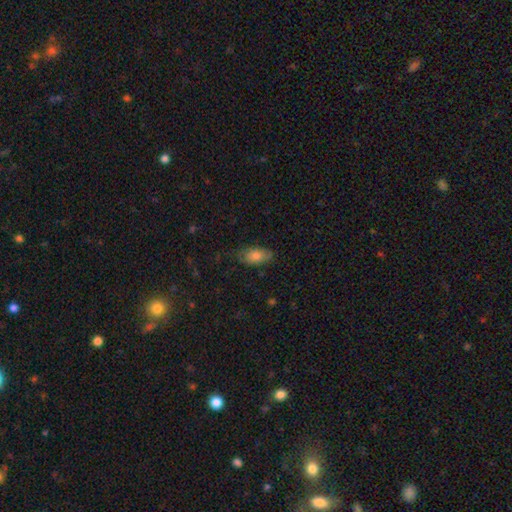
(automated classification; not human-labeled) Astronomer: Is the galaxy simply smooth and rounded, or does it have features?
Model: smooth — 77%.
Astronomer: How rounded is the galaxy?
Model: in between — 90%.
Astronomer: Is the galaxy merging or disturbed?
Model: none — 71%.